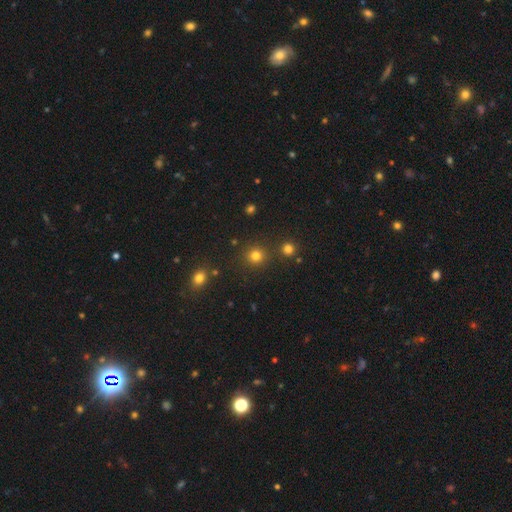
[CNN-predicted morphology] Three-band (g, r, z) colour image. It shows a smooth galaxy with no disk features (79%) that is round (92%). Merging: none (85%).